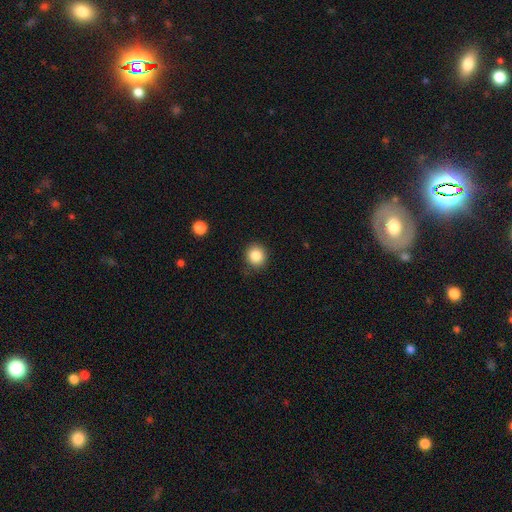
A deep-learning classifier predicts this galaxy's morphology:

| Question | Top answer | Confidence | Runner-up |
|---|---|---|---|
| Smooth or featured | smooth | 85% | star or artifact (10%) |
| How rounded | round | 89% | in between (10%) |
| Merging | none | 86% | minor disturbance (10%) |